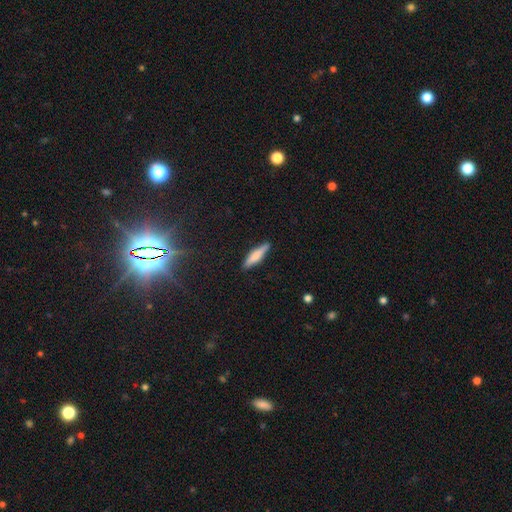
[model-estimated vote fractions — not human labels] smooth-or-featured: smooth: 68% | featured or disk: 26% | star or artifact: 6%
  how-rounded: cigar-shaped: 81% | in between: 18% | round: 2%
  merging: none: 87% | minor disturbance: 10% | major disturbance: 2% | merger: 1%